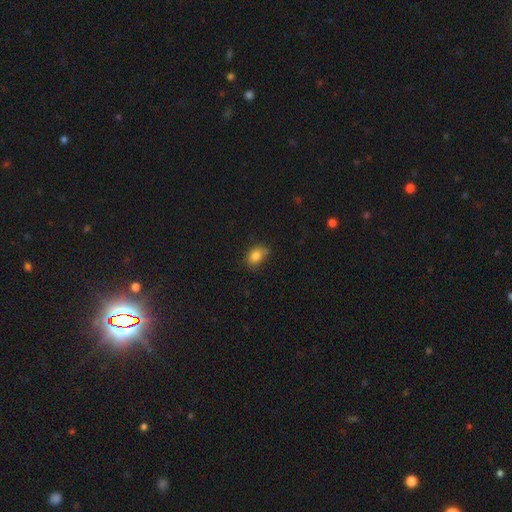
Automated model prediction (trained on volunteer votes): The model was most divided on "merging": none: 60%, minor disturbance: 30%, major disturbance: 6%, merger: 4%. More confident: smooth or featured — smooth (83%); how rounded — in between (67%).